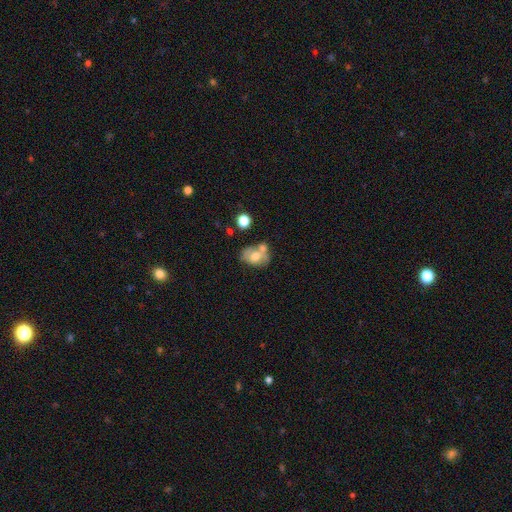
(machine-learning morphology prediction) type=smooth (50%); roundness=in between (69%); merging=none (36%).